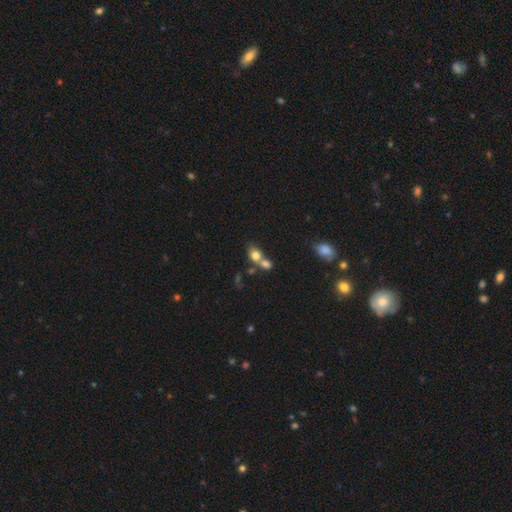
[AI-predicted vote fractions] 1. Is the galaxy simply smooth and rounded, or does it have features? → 76% smooth, 13% featured or disk, 11% star or artifact.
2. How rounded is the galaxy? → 53% in between, 45% round, 2% cigar-shaped.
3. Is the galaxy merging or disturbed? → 56% merger, 30% none, 9% minor disturbance, 5% major disturbance.